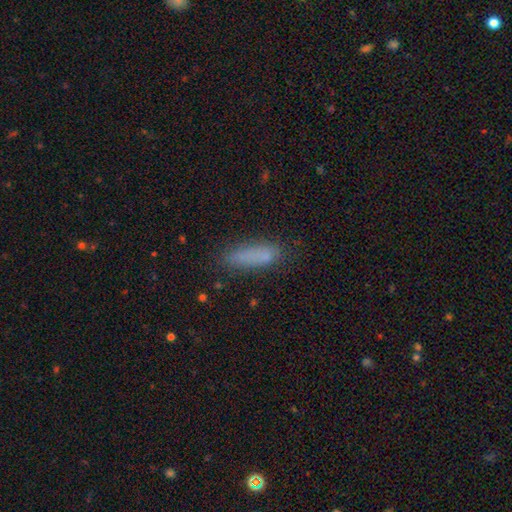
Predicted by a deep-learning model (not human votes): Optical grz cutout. It shows a smooth galaxy with no disk features (80%) that is cigar-shaped (65%). Merging: none (75%).